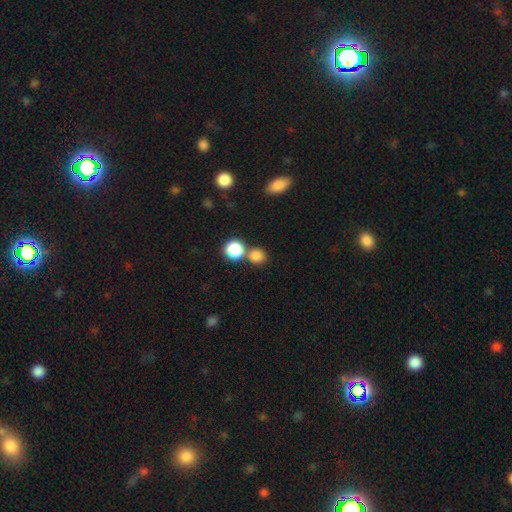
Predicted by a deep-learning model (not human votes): Smooth or featured? Predicted: smooth (p=0.83). How rounded? Predicted: round (p=0.82). Merging? Predicted: none (p=0.55).